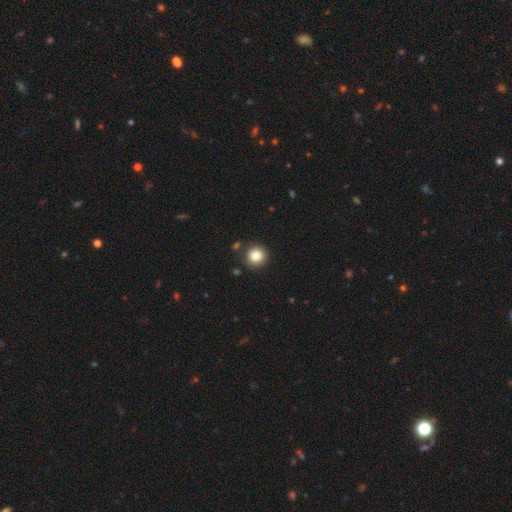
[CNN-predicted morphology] Q: Smooth or featured?
A: smooth (83%); runner-up: star or artifact (11%)
Q: How rounded?
A: round (93%); runner-up: in between (6%)
Q: Merging?
A: none (88%); runner-up: minor disturbance (7%)